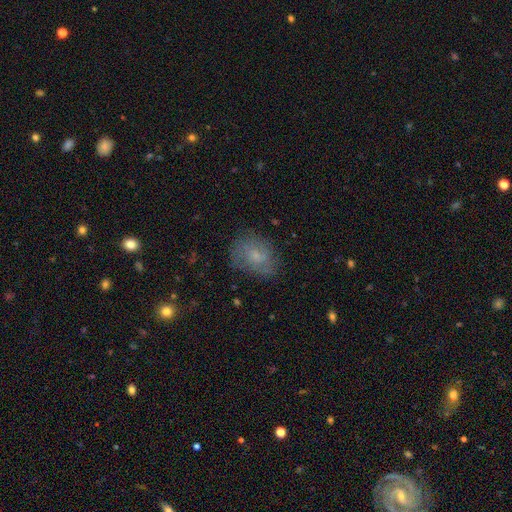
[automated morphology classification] Q: Smooth or featured?
A: smooth (50%); runner-up: featured or disk (39%)
Q: Merging?
A: none (66%); runner-up: minor disturbance (23%)